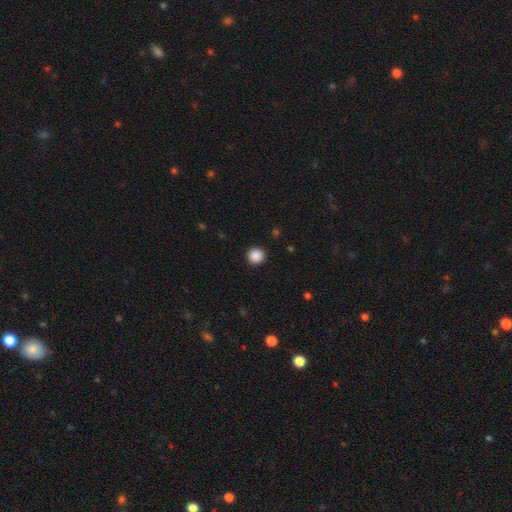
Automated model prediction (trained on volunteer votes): Overall: smooth (88%). How rounded: round (94%). Merging: none (92%).